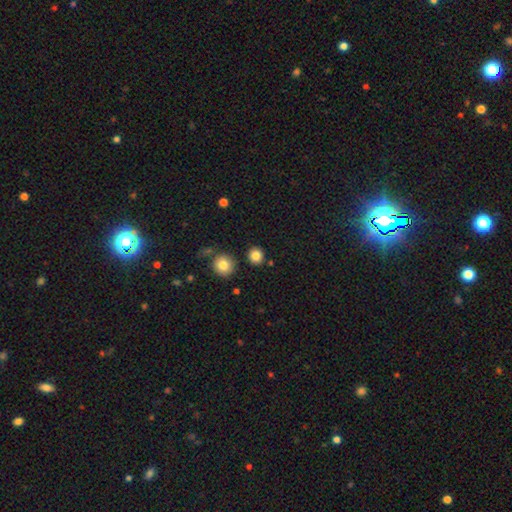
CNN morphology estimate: Smooth or featured: smooth — 84% (star or artifact — 11%)
How rounded: round — 89% (in between — 10%)
Merging: none — 88% (minor disturbance — 6%)